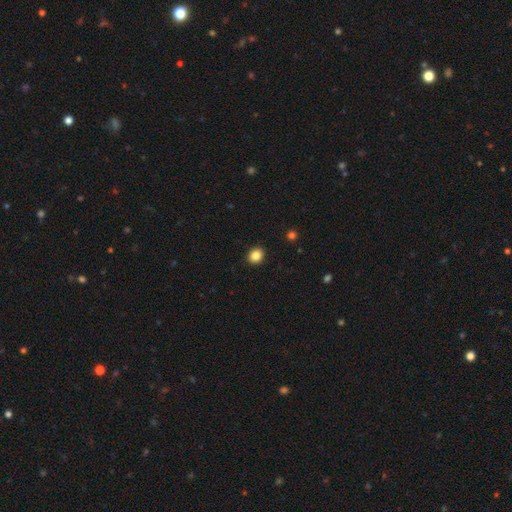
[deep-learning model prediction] A smooth galaxy with no disk features (86%) that is round (68%).

Vote fractions:
- Smooth or featured? smooth: 86% / star or artifact: 10% / featured or disk: 4%
- How rounded? round: 68% / in between: 31% / cigar-shaped: 1%
- Merging? none: 92% / minor disturbance: 5% / major disturbance: 2% / merger: 1%